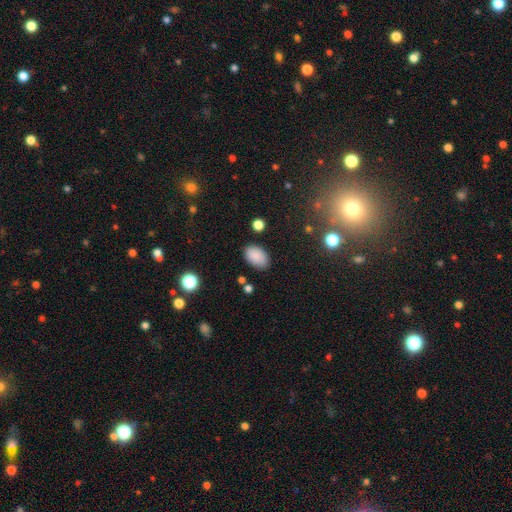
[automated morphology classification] Smooth or featured: smooth — 87% (star or artifact — 8%)
How rounded: in between — 90% (round — 9%)
Merging: none — 82% (minor disturbance — 12%)